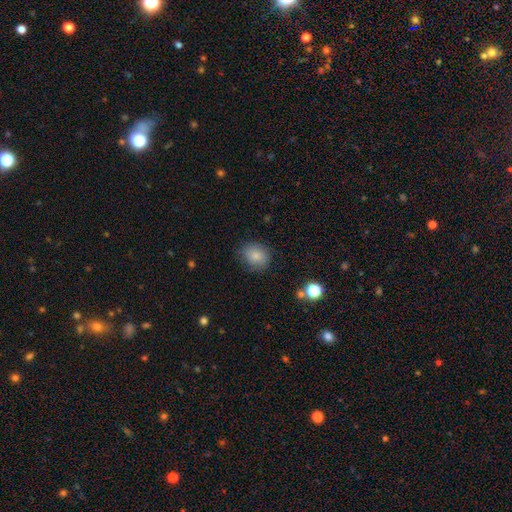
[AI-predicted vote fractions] Smooth or featured? Predicted: smooth (p=0.83). How rounded? Predicted: round (p=0.68). Merging? Predicted: none (p=0.78).